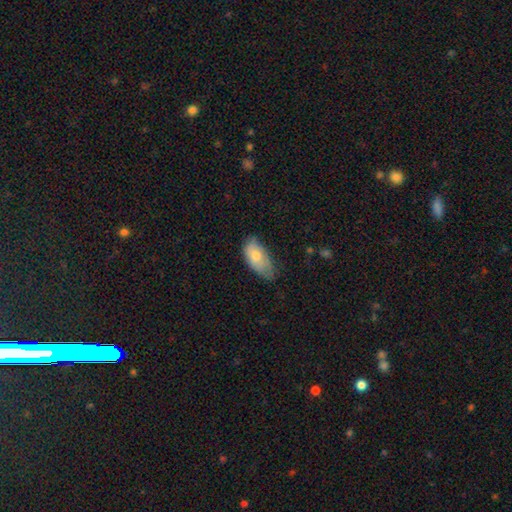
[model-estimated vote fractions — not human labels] smooth-or-featured: smooth: 74% | featured or disk: 20% | star or artifact: 7%
  how-rounded: in between: 92% | cigar-shaped: 4% | round: 3%
  merging: none: 46% | minor disturbance: 42% | major disturbance: 10% | merger: 2%